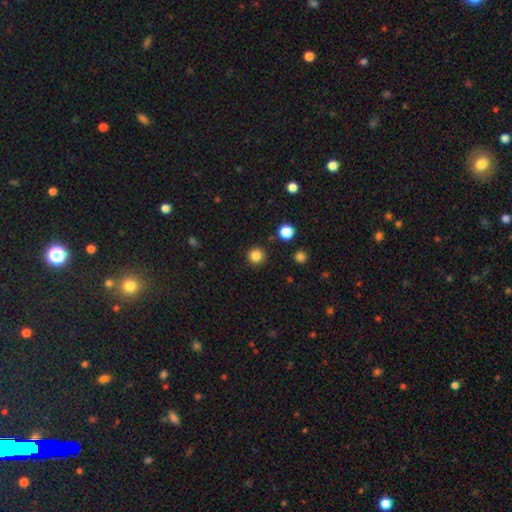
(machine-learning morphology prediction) smooth 84%, star or artifact 12%, featured or disk 4%. Down the decision tree: how rounded — round (95%); merging — none (91%).